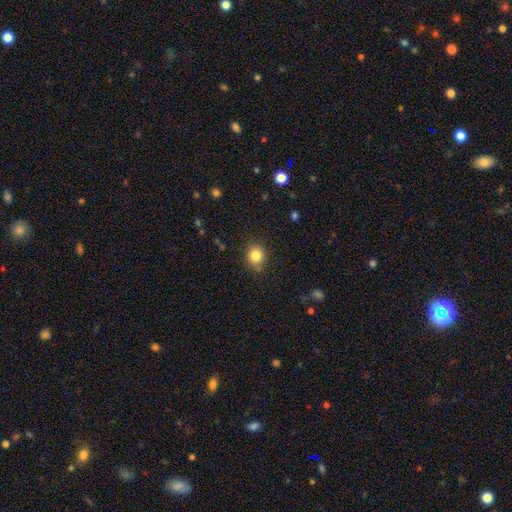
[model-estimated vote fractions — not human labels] Morphology: type=smooth (83%); roundness=round (86%); merging=none (80%).